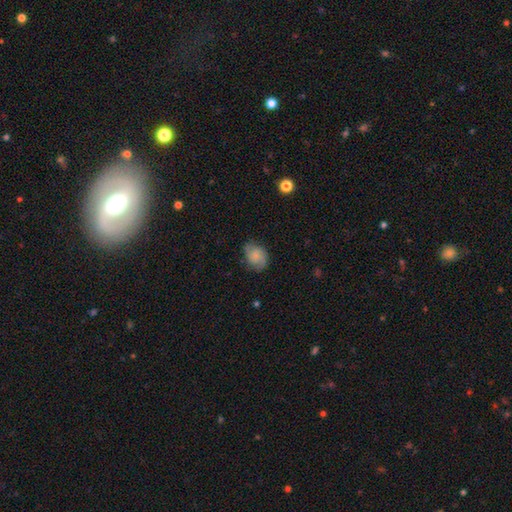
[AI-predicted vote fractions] Overall: smooth (63%; featured or disk 28%). How rounded: in between (62%; round 37%). Merging: none (68%).